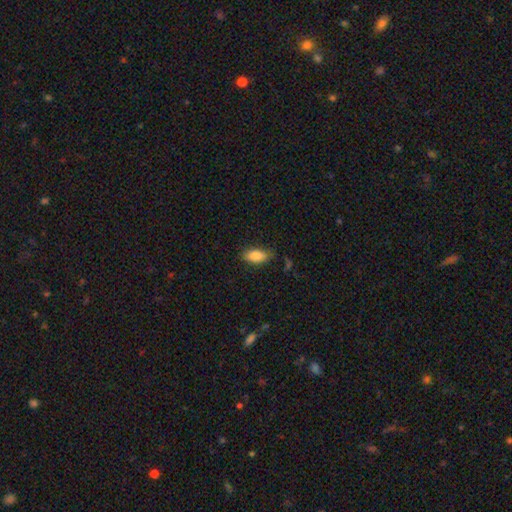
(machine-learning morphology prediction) A smooth galaxy with no disk features (85%) that is in between round and cigar-shaped (89%).

Vote fractions:
- Smooth or featured? smooth: 85% / featured or disk: 7% / star or artifact: 7%
- How rounded? in between: 89% / cigar-shaped: 8% / round: 3%
- Merging? none: 78% / minor disturbance: 17% / major disturbance: 4% / merger: 2%